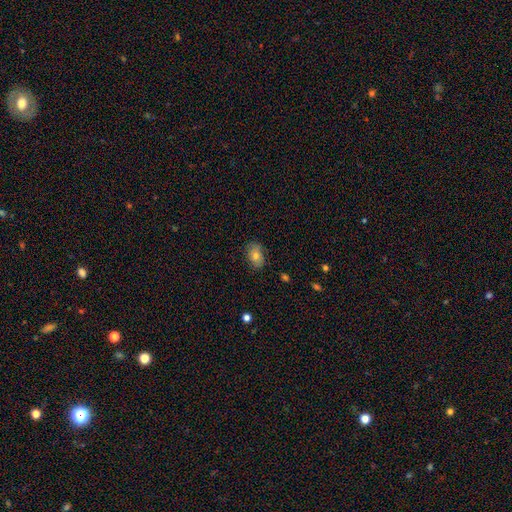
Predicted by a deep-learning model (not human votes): smooth-or-featured: smooth: 73% | featured or disk: 17% | star or artifact: 10%
  how-rounded: in between: 82% | round: 17% | cigar-shaped: 1%
  merging: none: 80% | minor disturbance: 15% | major disturbance: 3% | merger: 1%